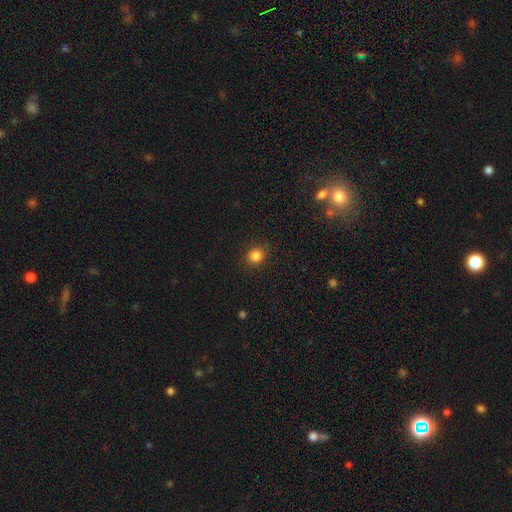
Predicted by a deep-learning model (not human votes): Overall: smooth (84%). How rounded: round (85%). Merging: none (91%).